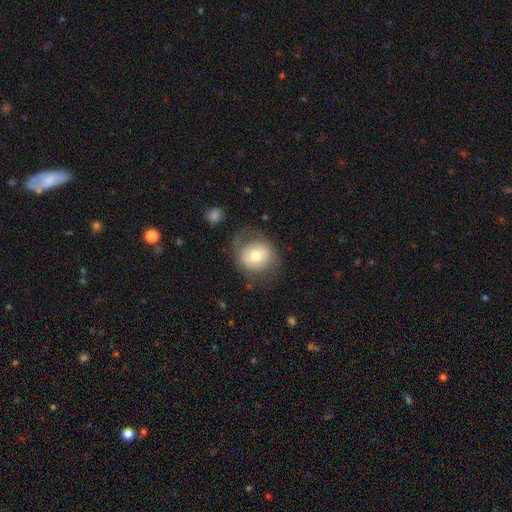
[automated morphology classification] This is possibly a smooth galaxy (59%). How rounded: likely round (79%). Merging: likely none (65%).